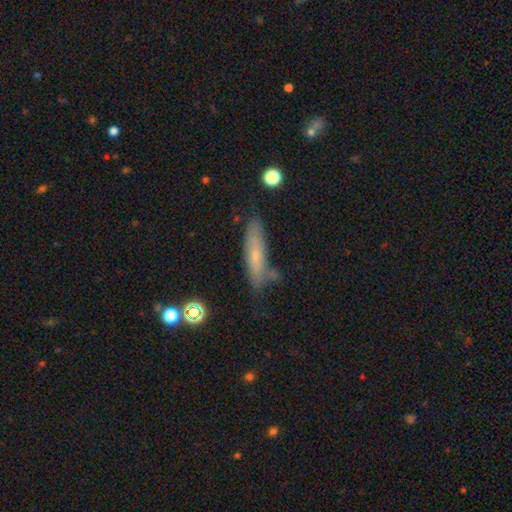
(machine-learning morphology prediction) This is likely a smooth galaxy (61%). How rounded: likely cigar-shaped (74%). Merging: likely none (68%).